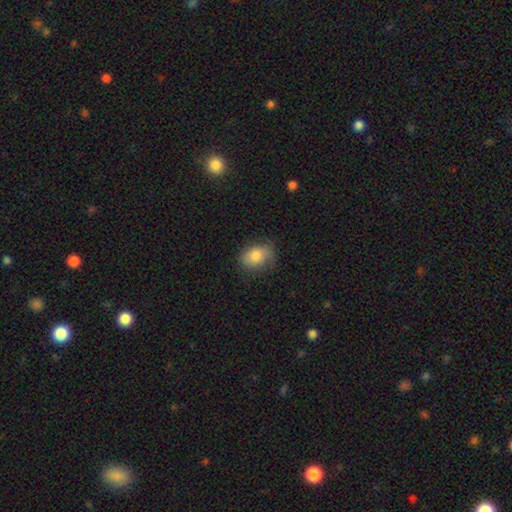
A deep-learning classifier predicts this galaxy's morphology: Q: Smooth or featured?
A: smooth (80%); runner-up: featured or disk (12%)
Q: How rounded?
A: in between (69%); runner-up: round (30%)
Q: Merging?
A: none (64%); runner-up: minor disturbance (27%)